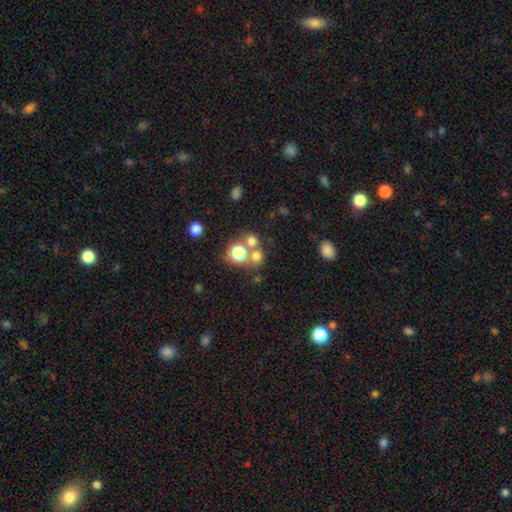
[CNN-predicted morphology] Smooth or featured? smooth (66%)
How rounded? round (85%)
Merging? none (55%)